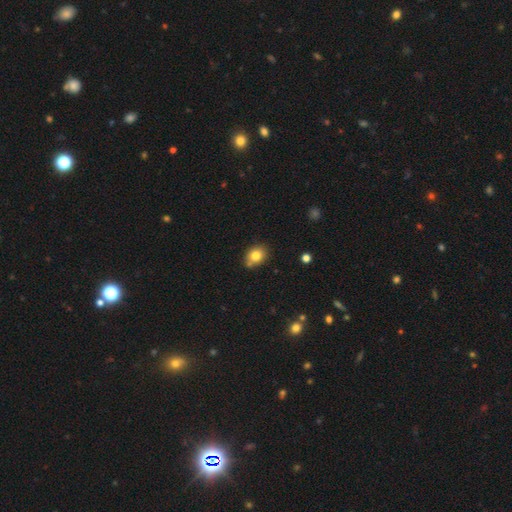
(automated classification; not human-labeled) Smooth or featured? Predicted: smooth (p=0.80). How rounded? Predicted: in between (p=0.50). Merging? Predicted: none (p=0.73).